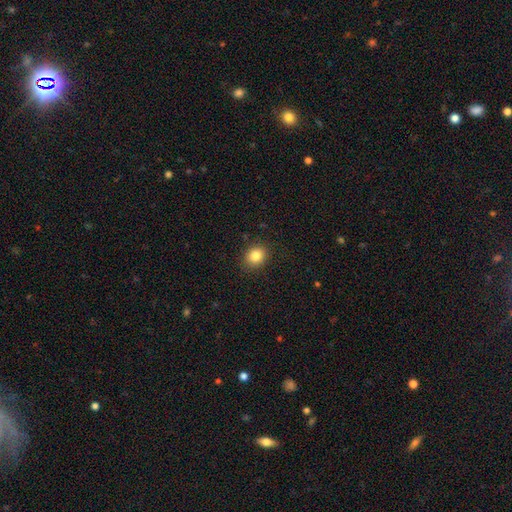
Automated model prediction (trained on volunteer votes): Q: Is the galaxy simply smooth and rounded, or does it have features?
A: smooth — 84%.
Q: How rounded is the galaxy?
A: round — 64%.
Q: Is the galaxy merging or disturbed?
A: none — 88%.